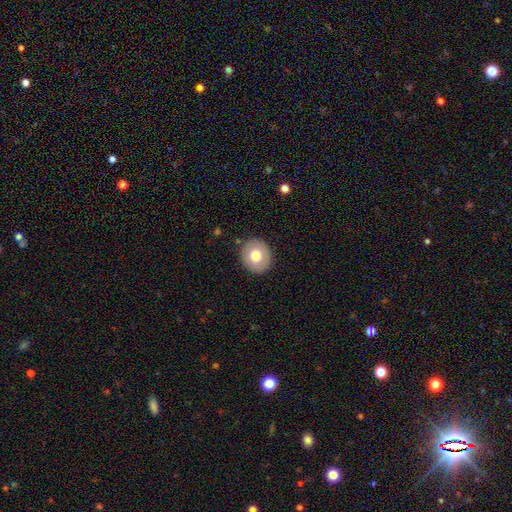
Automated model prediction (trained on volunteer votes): smooth 74%, featured or disk 18%, star or artifact 8%. Down the decision tree: how rounded — round (73%); merging — none (88%).